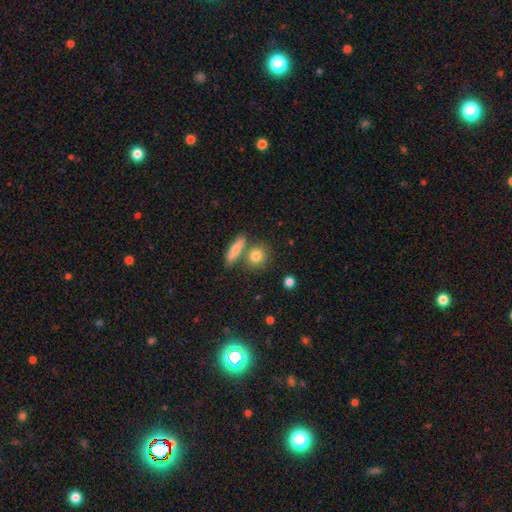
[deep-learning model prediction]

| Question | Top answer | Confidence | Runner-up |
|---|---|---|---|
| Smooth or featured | smooth | 80% | featured or disk (11%) |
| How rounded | round | 63% | in between (28%) |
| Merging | none | 62% | merger (24%) |